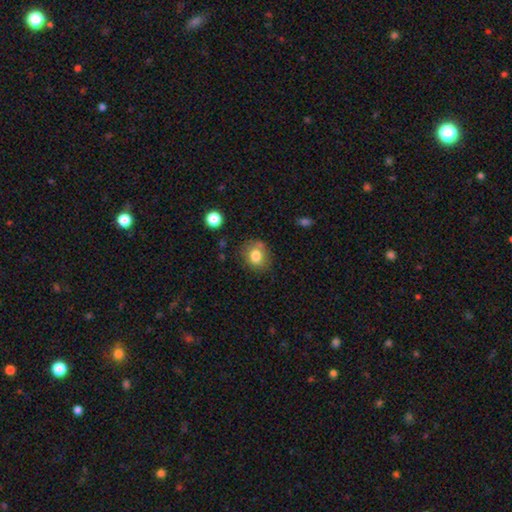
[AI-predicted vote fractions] smooth_or_featured: smooth (p=0.80) [alt: featured or disk p=0.10]
how_rounded: round (p=0.66) [alt: in between p=0.33]
merging: none (p=0.69) [alt: minor disturbance p=0.19]